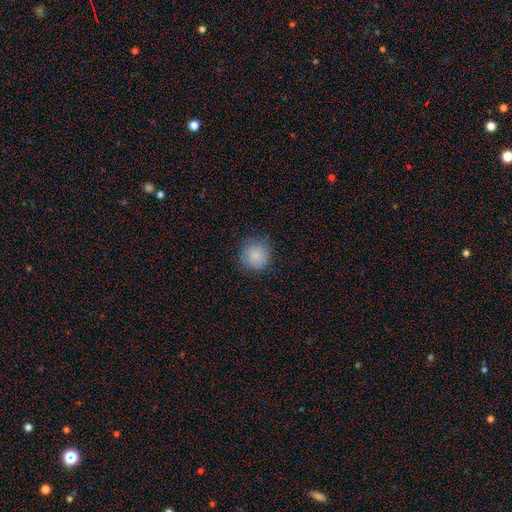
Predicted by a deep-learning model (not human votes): Smooth or featured? smooth (82%)
How rounded? round (93%)
Merging? none (78%)